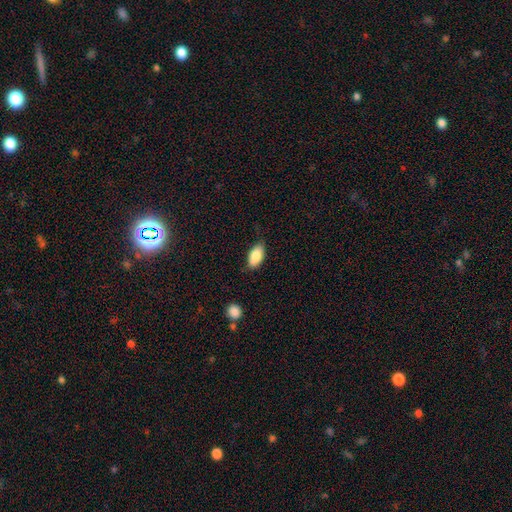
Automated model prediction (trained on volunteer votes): A smooth galaxy with no disk features (86%) that is in between round and cigar-shaped (92%).

Vote fractions:
- Smooth or featured? smooth: 86% / featured or disk: 7% / star or artifact: 7%
- How rounded? in between: 92% / cigar-shaped: 4% / round: 3%
- Merging? none: 77% / minor disturbance: 19% / major disturbance: 3% / merger: 2%